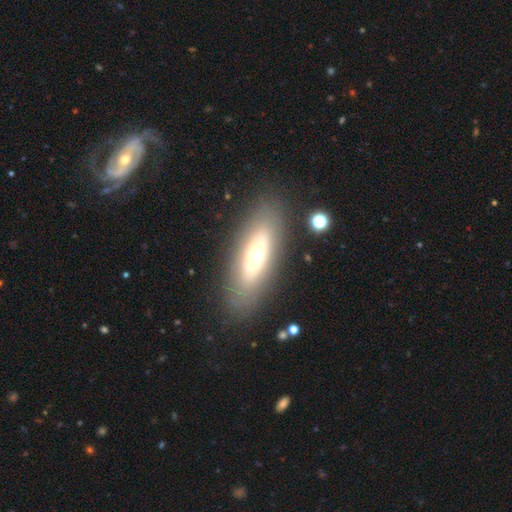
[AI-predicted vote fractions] smooth-or-featured: featured or disk: 47% | smooth: 45% | star or artifact: 8%
  merging: none: 82% | minor disturbance: 11% | major disturbance: 5% | merger: 2%